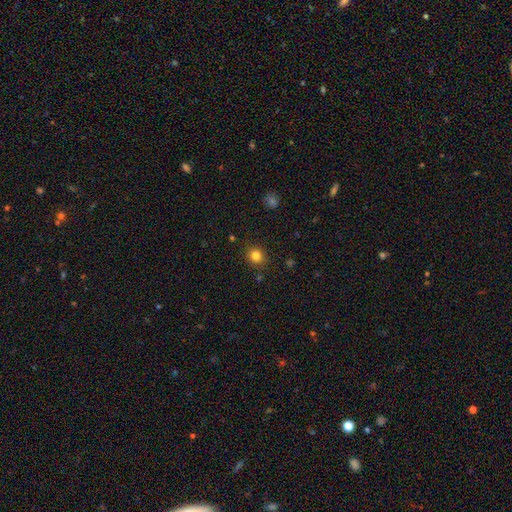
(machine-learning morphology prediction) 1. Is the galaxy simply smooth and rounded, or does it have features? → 82% smooth, 13% star or artifact, 5% featured or disk.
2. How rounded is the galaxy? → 83% round, 16% in between, 1% cigar-shaped.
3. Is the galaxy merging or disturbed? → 88% none, 8% minor disturbance, 2% major disturbance, 2% merger.